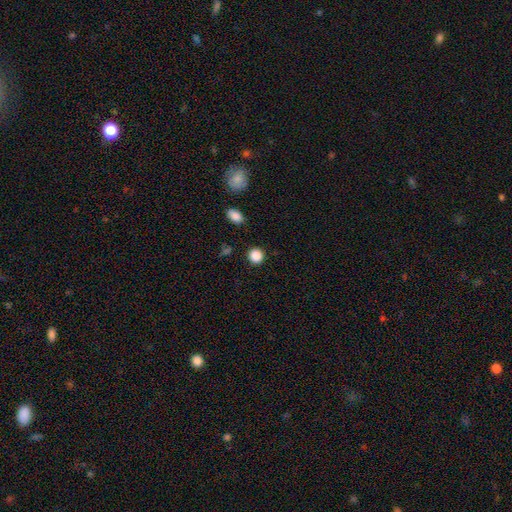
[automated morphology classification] Smooth or featured?
  - smooth: 87% *
  - star or artifact: 10%
  - featured or disk: 3%
How rounded?
  - round: 91% *
  - in between: 8%
  - cigar-shaped: 1%
Merging?
  - none: 90% *
  - minor disturbance: 6%
  - major disturbance: 2%
  - merger: 2%